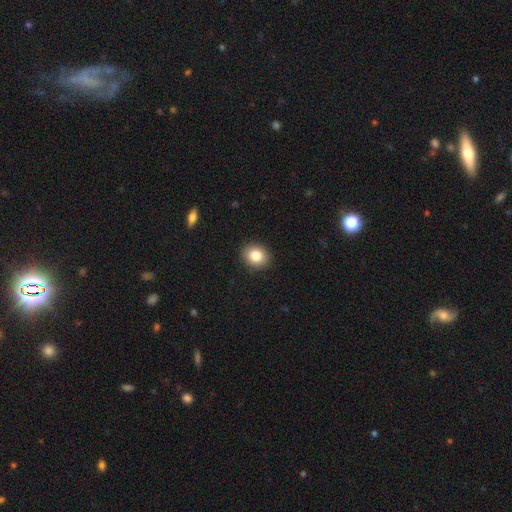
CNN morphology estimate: This appears to be a smooth galaxy with no disk features (83%) that is round (60%). Merging: none (90%).